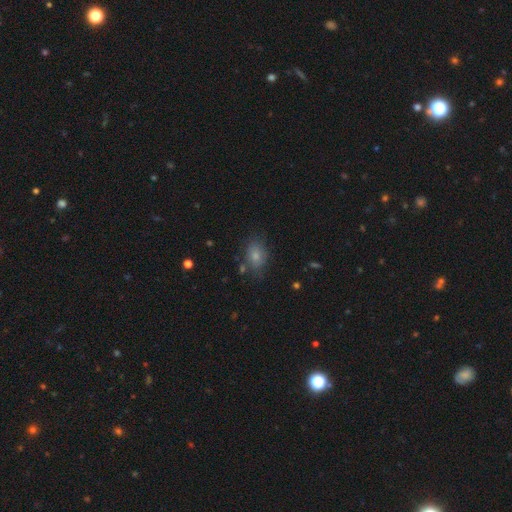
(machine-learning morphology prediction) Smooth or featured: smooth — 76% (featured or disk — 13%)
How rounded: in between — 76% (round — 23%)
Merging: none — 72% (minor disturbance — 18%)